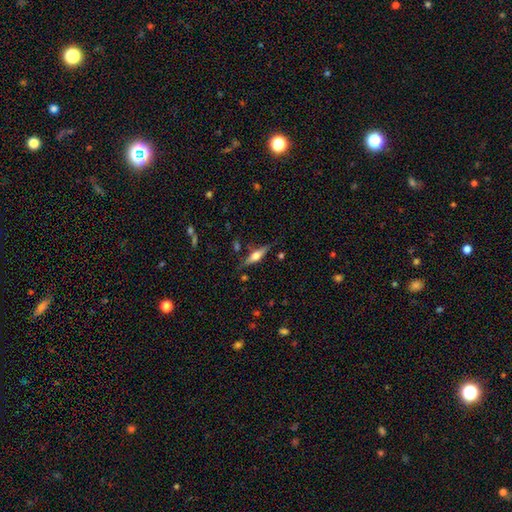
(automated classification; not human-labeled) smooth_or_featured: featured or disk (p=0.64) [alt: smooth p=0.29]
disk_edge_on: yes (p=0.95) [alt: no p=0.05]
edge_on_bulge: rounded (p=0.91) [alt: boxy p=0.07]
merging: none (p=0.80) [alt: minor disturbance p=0.13]